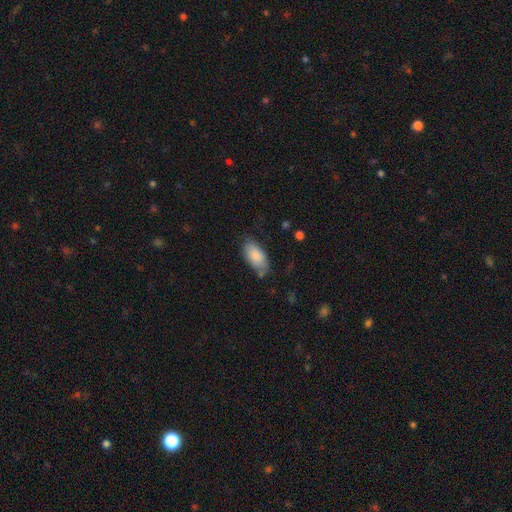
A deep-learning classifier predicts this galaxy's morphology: Q: Smooth or featured?
A: smooth (84%); runner-up: featured or disk (10%)
Q: How rounded?
A: in between (94%); runner-up: cigar-shaped (3%)
Q: Merging?
A: none (66%); runner-up: minor disturbance (25%)